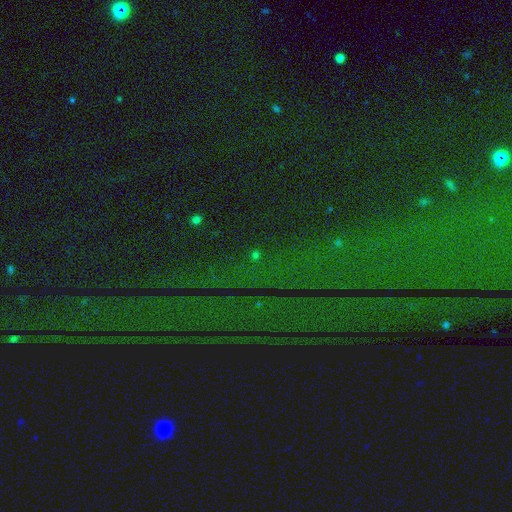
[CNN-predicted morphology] Smooth or featured? star or artifact (77%)